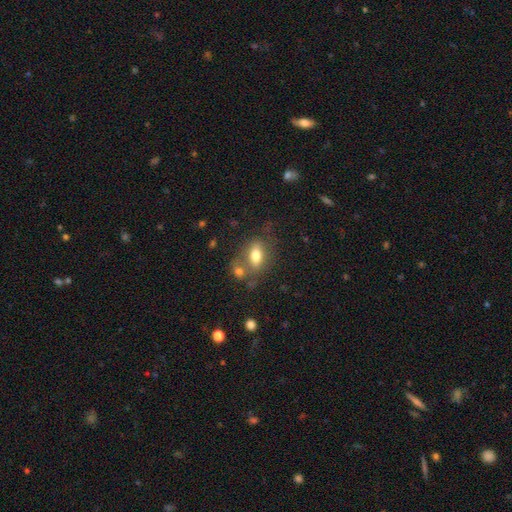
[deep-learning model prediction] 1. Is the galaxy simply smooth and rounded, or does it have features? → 72% smooth, 18% featured or disk, 9% star or artifact.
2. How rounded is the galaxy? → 82% in between, 13% round, 5% cigar-shaped.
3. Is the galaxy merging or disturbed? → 55% none, 24% merger, 15% minor disturbance, 7% major disturbance.